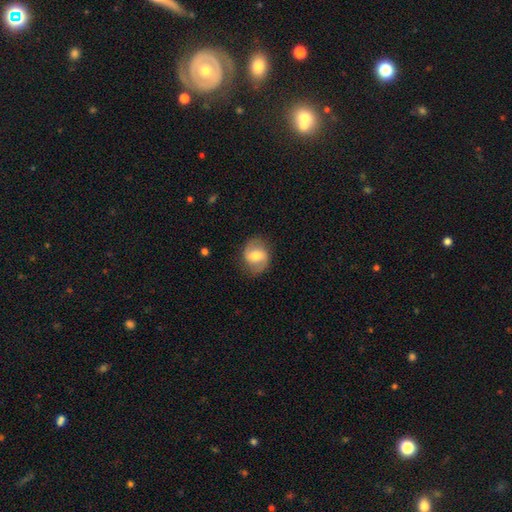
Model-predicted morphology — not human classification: Overall: featured or disk (50%; smooth 43%). Merging: none (81%).